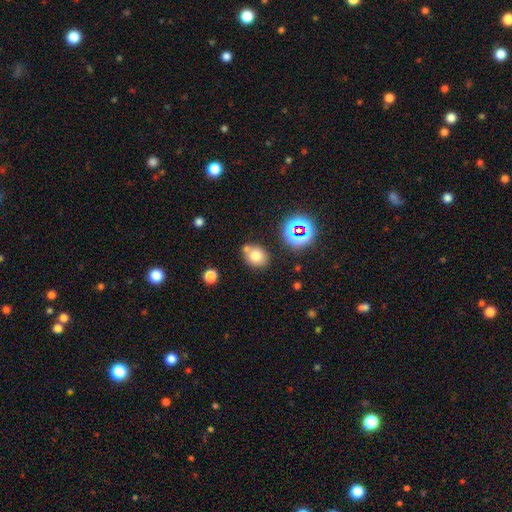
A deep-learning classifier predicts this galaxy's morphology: This appears to be a smooth galaxy with no disk features (72%) that is round (58%). Merging: none (64%).